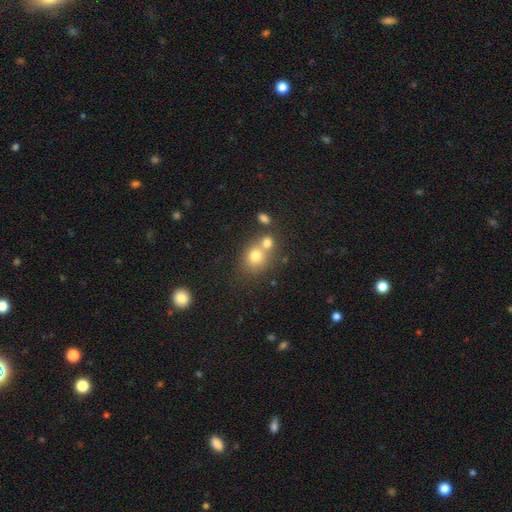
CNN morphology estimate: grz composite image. It shows a smooth galaxy with no disk features (74%) that is round (73%). Merging: none (45%).